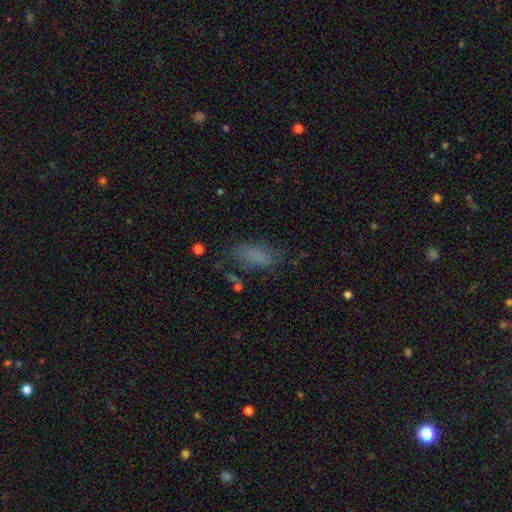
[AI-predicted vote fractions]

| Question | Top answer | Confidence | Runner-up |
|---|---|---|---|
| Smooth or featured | smooth | 73% | featured or disk (14%) |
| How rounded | in between | 78% | cigar-shaped (19%) |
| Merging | none | 62% | minor disturbance (21%) |